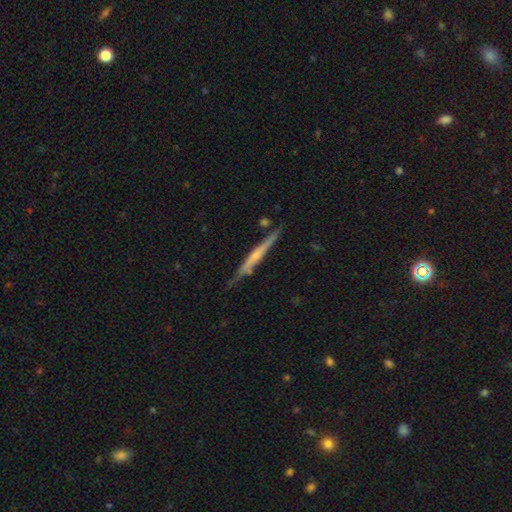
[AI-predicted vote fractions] Overall: featured or disk (66%; smooth 28%). Edge-on disk: yes (96%). Edge-on bulge: rounded (51%; none 42%). Merging: none (77%).